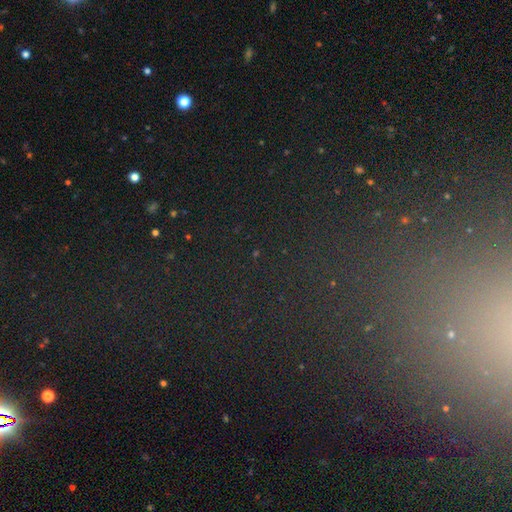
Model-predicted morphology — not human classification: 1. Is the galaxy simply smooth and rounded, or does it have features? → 69% star or artifact, 18% smooth, 13% featured or disk.